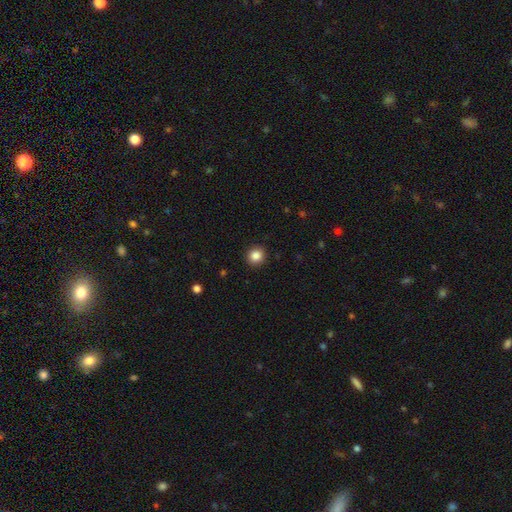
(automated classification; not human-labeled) Smooth or featured: smooth — 85% (star or artifact — 10%)
How rounded: round — 90% (in between — 9%)
Merging: none — 92% (minor disturbance — 5%)